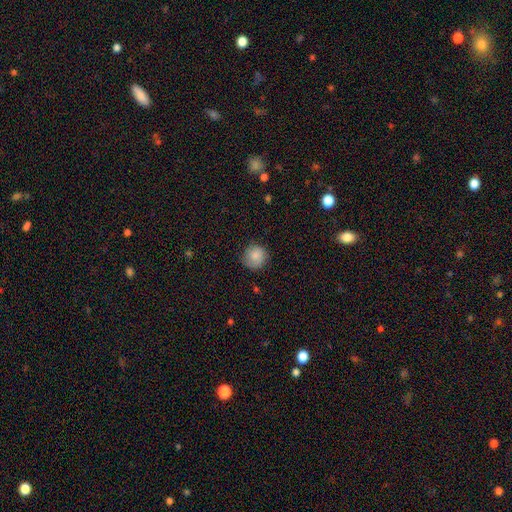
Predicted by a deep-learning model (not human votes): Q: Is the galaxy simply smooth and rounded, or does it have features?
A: smooth — 84%.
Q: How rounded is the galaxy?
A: round — 91%.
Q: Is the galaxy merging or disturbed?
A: none — 78%.